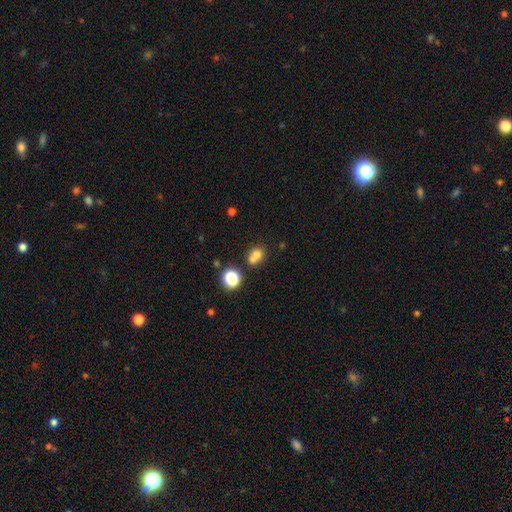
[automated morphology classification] smooth-or-featured: smooth: 70% | star or artifact: 16% | featured or disk: 14%
  how-rounded: round: 76% | in between: 23% | cigar-shaped: 1%
  merging: merger: 51% | none: 39% | minor disturbance: 7% | major disturbance: 3%